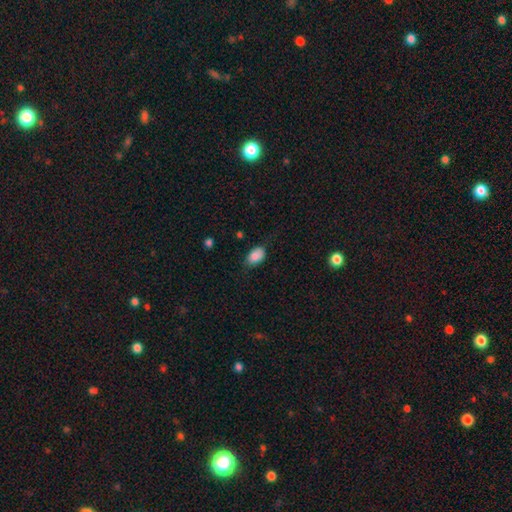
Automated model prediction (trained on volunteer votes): Overall: smooth (84%). How rounded: in between (88%). Merging: none (65%; minor disturbance 28%).